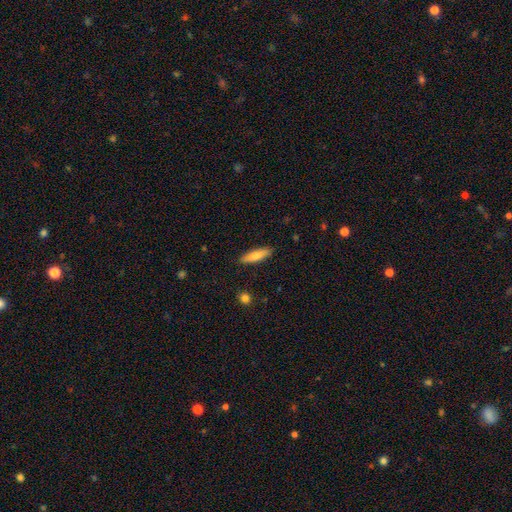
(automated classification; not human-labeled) A smooth galaxy with no disk features (74%) that is cigar-shaped (66%). Merging: none (89%).